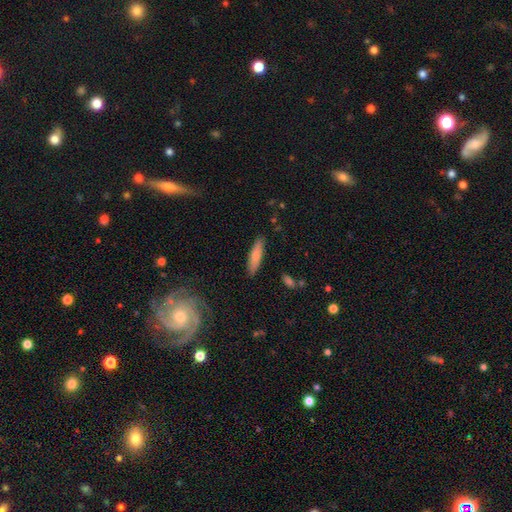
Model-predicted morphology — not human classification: The model was most divided on "how rounded": cigar-shaped: 73%, in between: 25%, round: 2%. More confident: merging — none (88%); smooth or featured — smooth (78%).